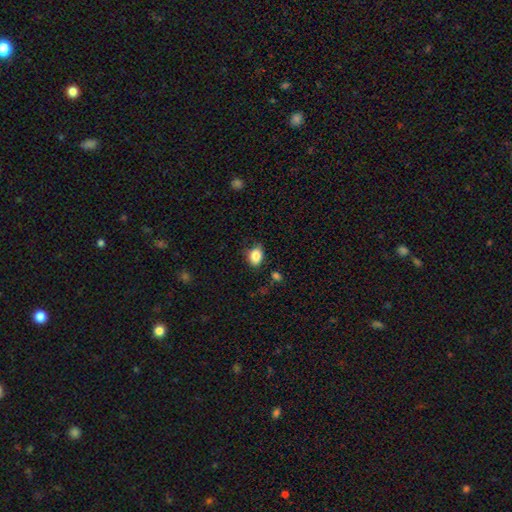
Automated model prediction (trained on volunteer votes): This is clearly a smooth galaxy (84%). How rounded: likely in between (68%). Merging: likely none (73%).